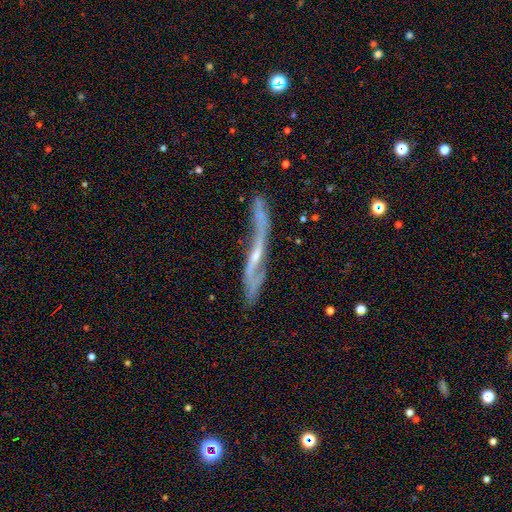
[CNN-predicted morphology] Smooth or featured: featured or disk — 70% (smooth — 18%)
Edge-on disk: yes — 70% (no — 30%)
Merging: none — 58% (minor disturbance — 22%)